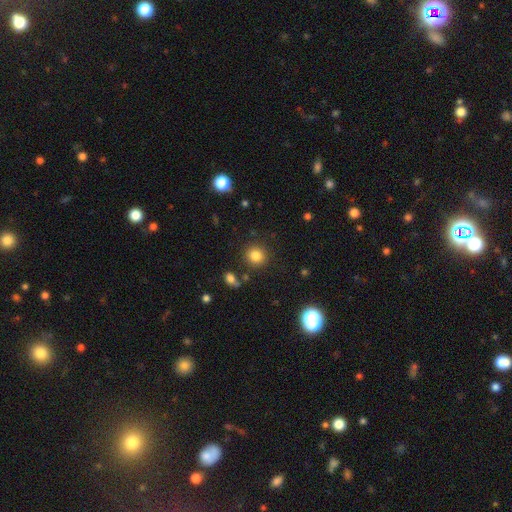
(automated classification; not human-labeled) Smooth or featured?
  - smooth: 82% *
  - star or artifact: 12%
  - featured or disk: 6%
How rounded?
  - round: 90% *
  - in between: 9%
  - cigar-shaped: 1%
Merging?
  - none: 87% *
  - minor disturbance: 7%
  - merger: 3%
  - major disturbance: 3%